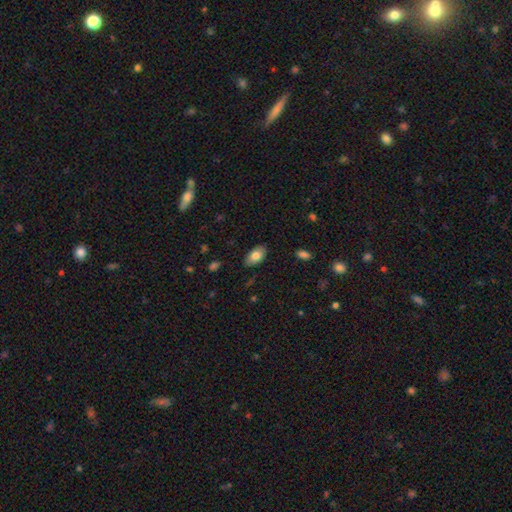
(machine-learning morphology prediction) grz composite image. It shows a smooth galaxy with no disk features (79%) that is in between round and cigar-shaped (94%). Merging: none (84%).